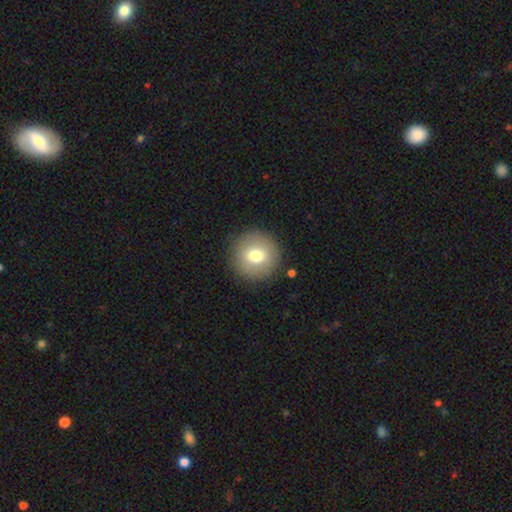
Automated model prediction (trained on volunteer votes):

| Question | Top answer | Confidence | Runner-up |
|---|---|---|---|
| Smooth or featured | smooth | 74% | featured or disk (17%) |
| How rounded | round | 94% | in between (5%) |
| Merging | none | 89% | minor disturbance (7%) |